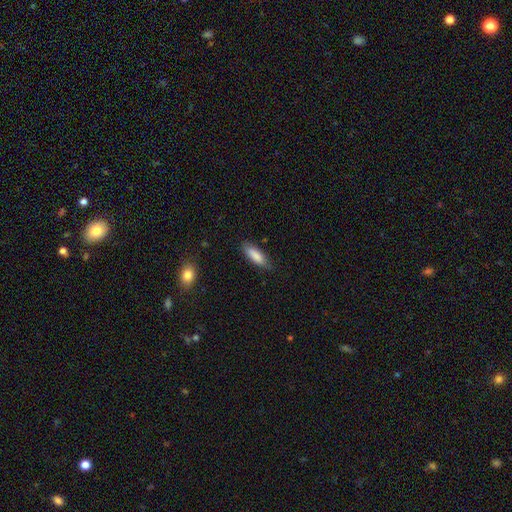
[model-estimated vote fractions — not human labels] A smooth galaxy with no disk features (84%) that is in between round and cigar-shaped (53%). Merging: none (77%).